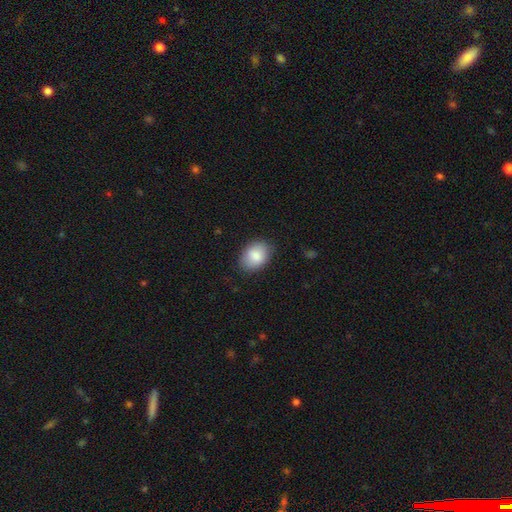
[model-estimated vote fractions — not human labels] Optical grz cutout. It shows a smooth galaxy with no disk features (85%) that is in between round and cigar-shaped (76%). Merging: none (83%).